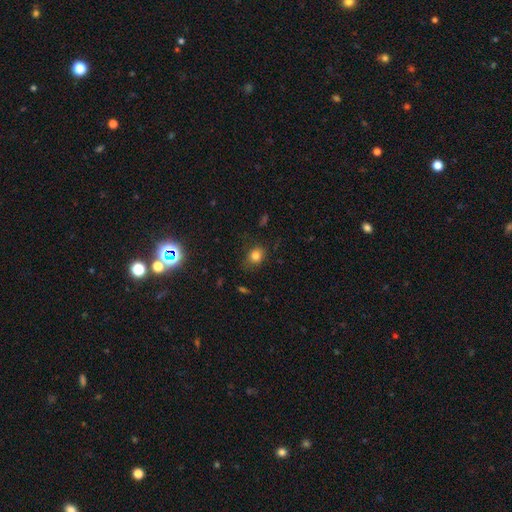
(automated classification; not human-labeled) Smooth or featured? Predicted: smooth (p=0.79). How rounded? Predicted: round (p=0.59). Merging? Predicted: none (p=0.73).